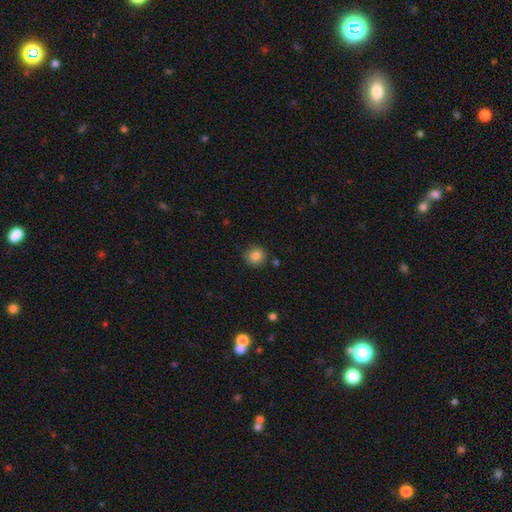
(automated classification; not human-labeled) This is clearly a smooth galaxy (85%). How rounded: clearly round (92%). Merging: clearly none (85%).